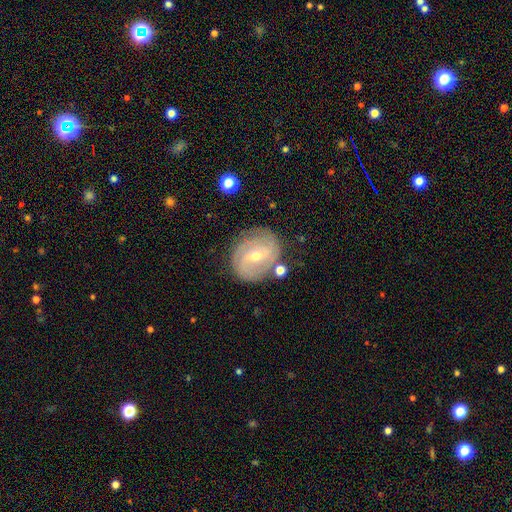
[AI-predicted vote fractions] smooth-or-featured: featured or disk: 79% | smooth: 14% | star or artifact: 7%
  disk-edge-on: no: 96% | yes: 4%
    bar: weak: 50% | strong: 27% | no: 23%
    has-spiral-arms: yes: 91% | no: 9%
      spiral-winding: tight: 50% | medium: 36% | loose: 14%
      spiral-arm-count: 2: 51% | can't tell: 22% | 3: 16% | 4: 5% | 1: 3% | more than 4: 3%
    bulge-size: small: 54% | moderate: 44% | large: 1% | none: 1% | dominant: 1%
  merging: none: 77% | minor disturbance: 15% | major disturbance: 5% | merger: 4%